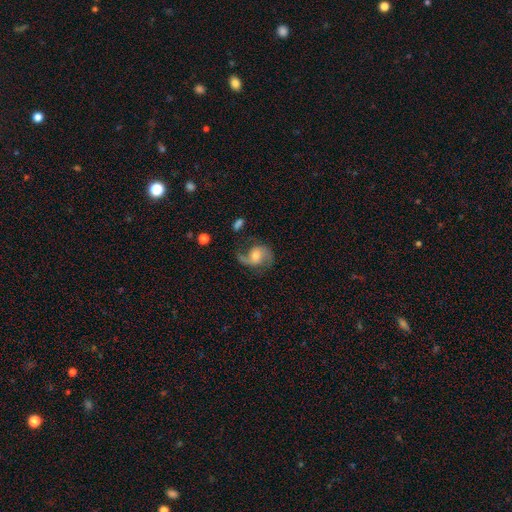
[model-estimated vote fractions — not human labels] Morphology: type=featured or disk (78%); edge-on=no (98%); bar=no (54%); spiral arms=yes (94%); winding=loose (46%); arm count=2 (84%); bulge=moderate (52%); merging=none (59%).